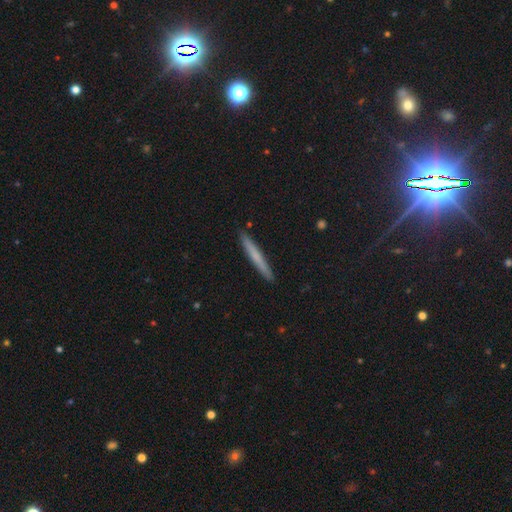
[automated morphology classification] This appears to be a smooth galaxy with no disk features (64%) that is cigar-shaped (97%). Merging: none (92%).